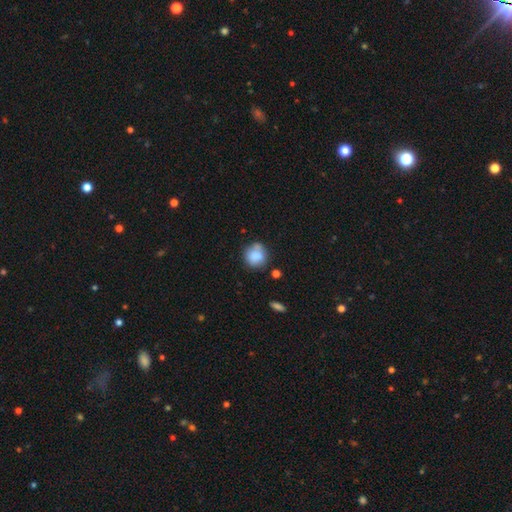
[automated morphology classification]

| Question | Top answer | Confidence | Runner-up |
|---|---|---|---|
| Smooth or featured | smooth | 80% | featured or disk (12%) |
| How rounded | round | 83% | in between (16%) |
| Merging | none | 60% | minor disturbance (21%) |